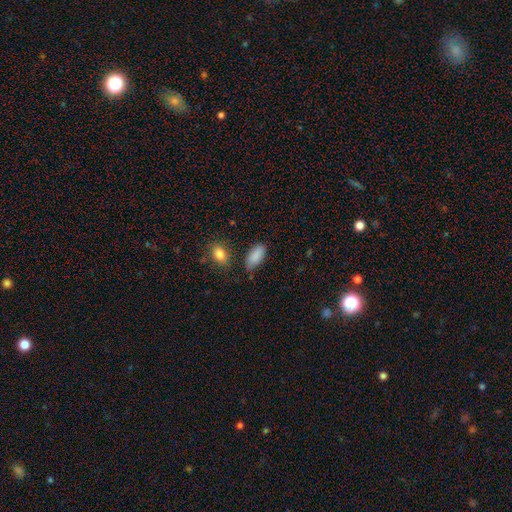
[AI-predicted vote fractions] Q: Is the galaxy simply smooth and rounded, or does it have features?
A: smooth — 88%.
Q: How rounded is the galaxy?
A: in between — 90%.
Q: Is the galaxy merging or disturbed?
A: none — 73%.